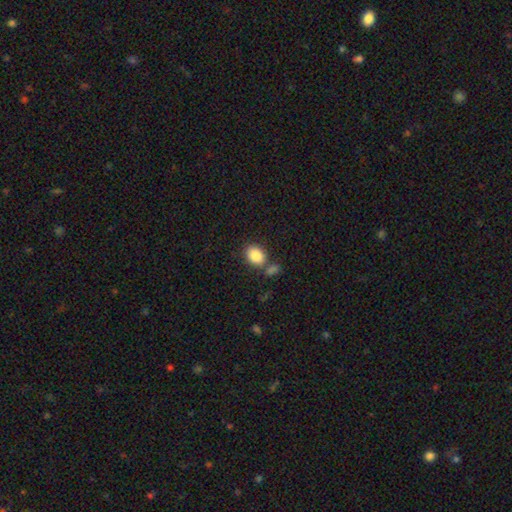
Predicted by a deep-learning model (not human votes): Smooth or featured: smooth — 86% (star or artifact — 8%)
How rounded: in between — 62% (round — 37%)
Merging: none — 68% (merger — 17%)